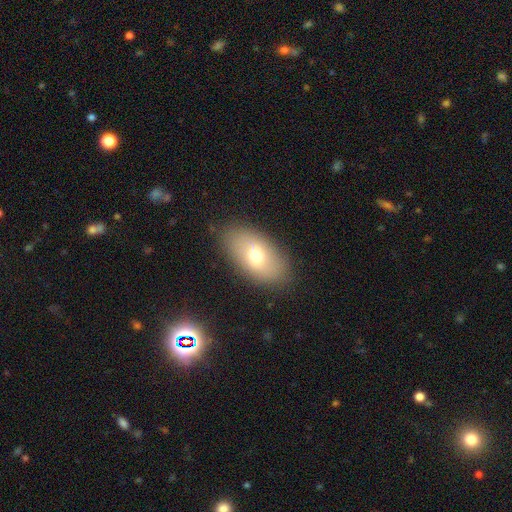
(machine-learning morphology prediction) This is likely a smooth galaxy (67%). How rounded: clearly in between (92%). Merging: clearly none (86%).